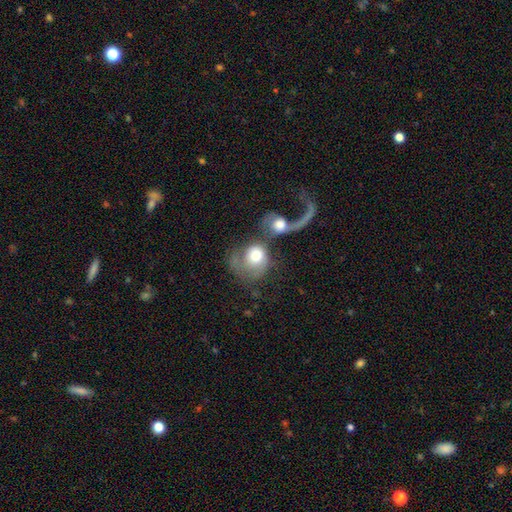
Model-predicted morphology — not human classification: Q: Smooth or featured?
A: smooth (51%); runner-up: featured or disk (41%)
Q: How rounded?
A: round (69%); runner-up: in between (29%)
Q: Merging?
A: merger (63%); runner-up: major disturbance (20%)